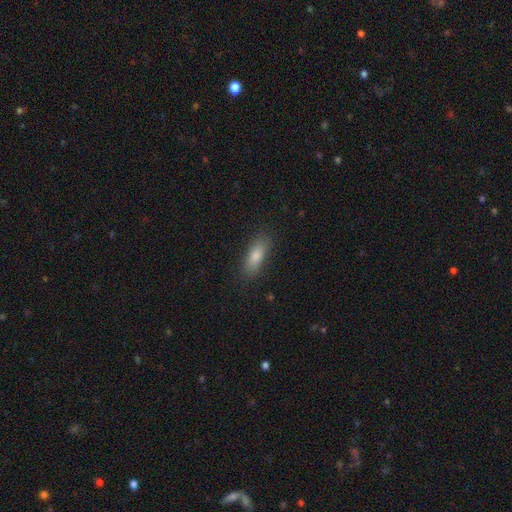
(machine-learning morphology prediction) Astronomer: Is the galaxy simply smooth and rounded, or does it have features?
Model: smooth — 80%.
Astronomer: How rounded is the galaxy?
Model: in between — 63%.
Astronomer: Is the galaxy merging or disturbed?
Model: none — 86%.